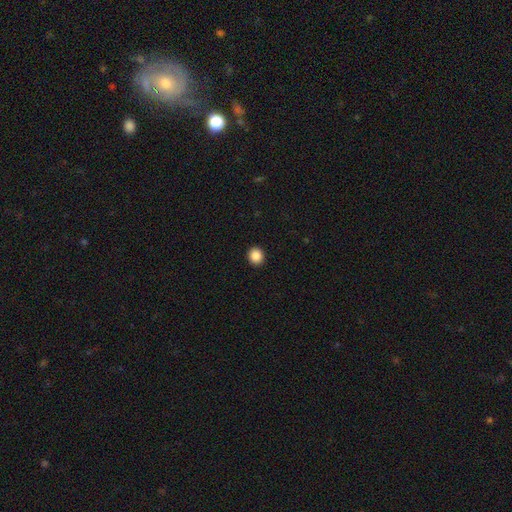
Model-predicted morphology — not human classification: This is clearly a smooth galaxy (87%). How rounded: clearly round (87%). Merging: clearly none (93%).